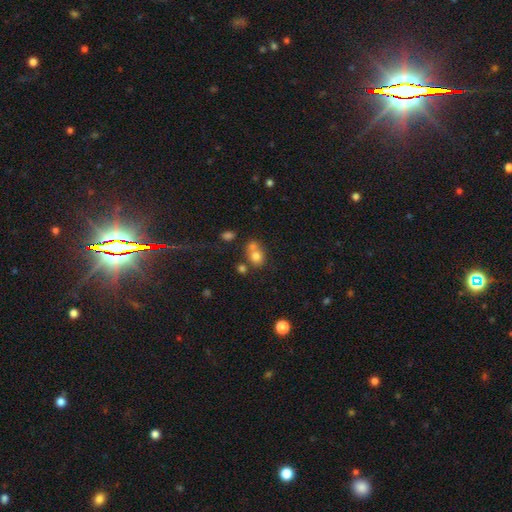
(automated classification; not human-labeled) smooth 75%, featured or disk 13%, star or artifact 13%. Down the decision tree: how rounded — round (65%); merging — merger (48%).